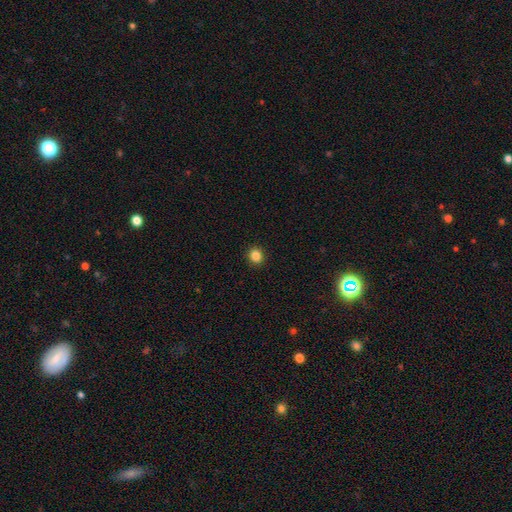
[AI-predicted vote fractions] A smooth galaxy with no disk features (85%) that is round (84%). Merging: none (92%).